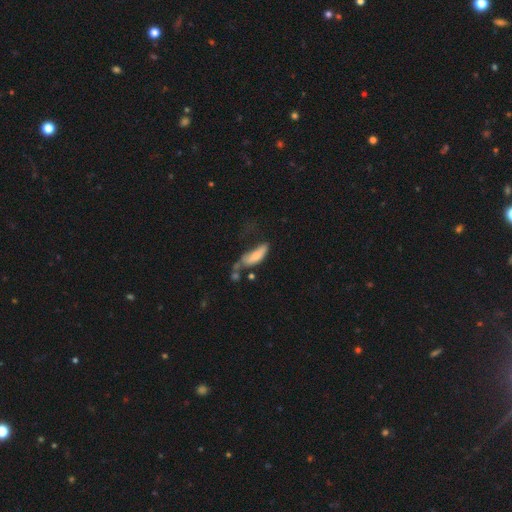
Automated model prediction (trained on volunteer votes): A smooth galaxy with no disk features (72%) that is in between round and cigar-shaped (59%). Merging: major disturbance (32%).